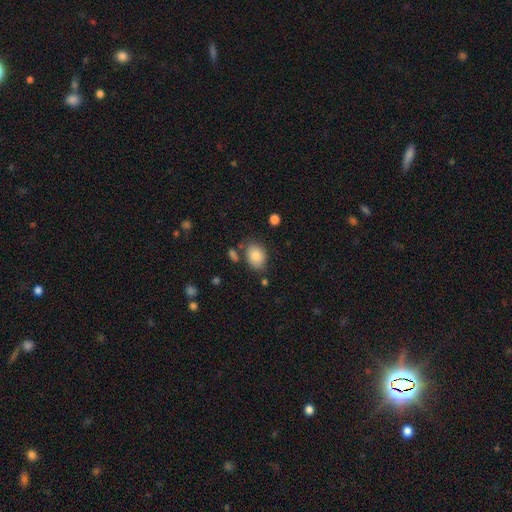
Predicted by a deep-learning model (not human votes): Smooth or featured? smooth (84%)
How rounded? in between (74%)
Merging? none (73%)